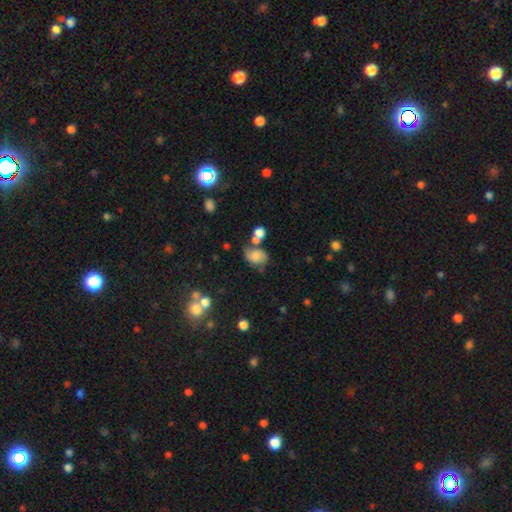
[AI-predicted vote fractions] Smooth or featured? smooth (73%)
How rounded? in between (68%)
Merging? none (41%)